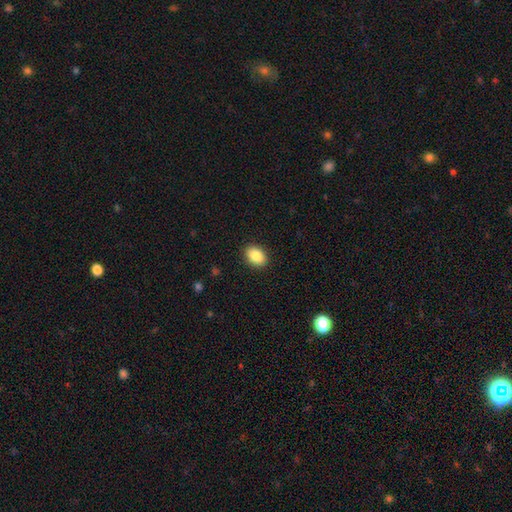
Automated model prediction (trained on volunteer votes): Overall: smooth (87%). How rounded: in between (78%). Merging: none (90%).